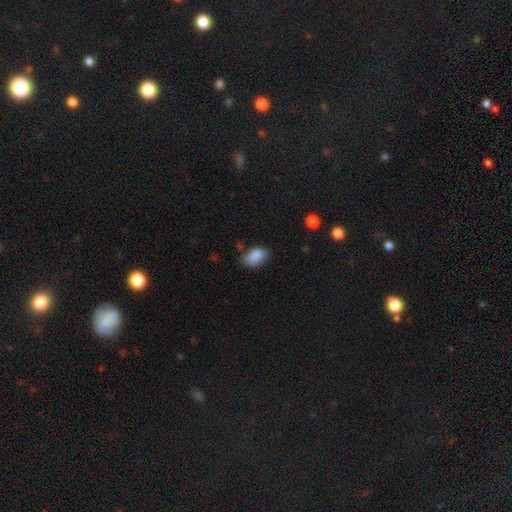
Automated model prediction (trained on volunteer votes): Smooth or featured: smooth — 86% (star or artifact — 8%)
How rounded: in between — 89% (round — 9%)
Merging: none — 61% (minor disturbance — 30%)